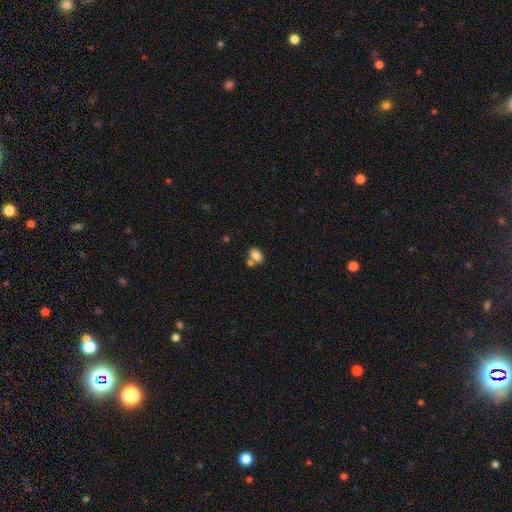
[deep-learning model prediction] Smooth or featured?
  - smooth: 82% *
  - star or artifact: 9%
  - featured or disk: 8%
How rounded?
  - in between: 80% *
  - round: 18%
  - cigar-shaped: 1%
Merging?
  - none: 49% *
  - merger: 35%
  - minor disturbance: 12%
  - major disturbance: 4%